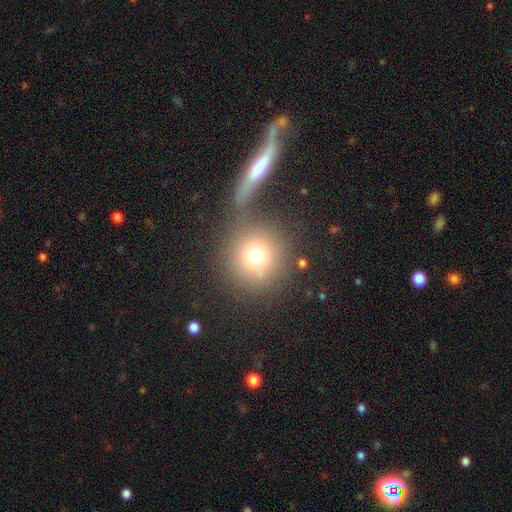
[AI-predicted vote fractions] Overall: smooth (72%). How rounded: round (94%). Merging: none (65%).